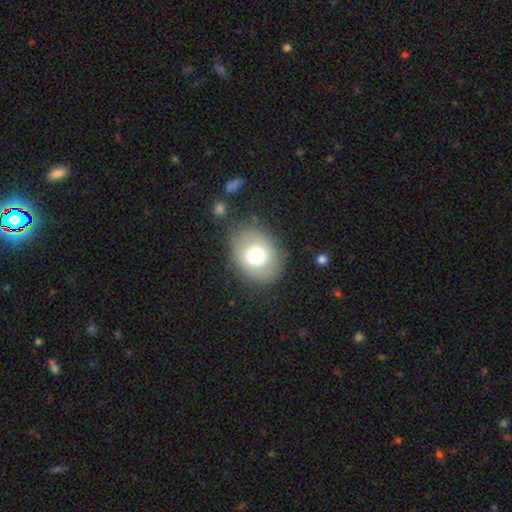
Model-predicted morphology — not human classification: Smooth or featured?
  - smooth: 68% *
  - featured or disk: 23%
  - star or artifact: 9%
How rounded?
  - in between: 59% *
  - round: 40%
  - cigar-shaped: 1%
Merging?
  - none: 77% *
  - minor disturbance: 14%
  - major disturbance: 6%
  - merger: 3%